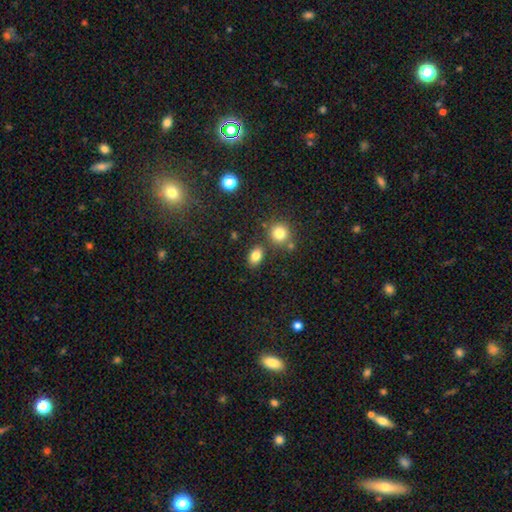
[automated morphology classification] smooth 83%, star or artifact 11%, featured or disk 7%. Down the decision tree: how rounded — in between (80%); merging — none (79%).